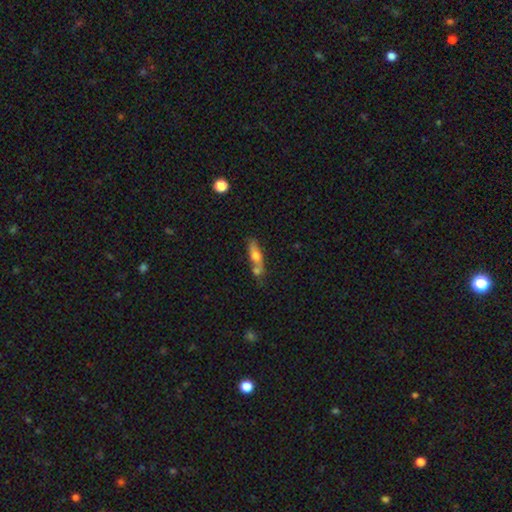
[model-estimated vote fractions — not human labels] smooth-or-featured: smooth: 57% | featured or disk: 35% | star or artifact: 8%
  how-rounded: cigar-shaped: 48% | in between: 47% | round: 5%
  merging: none: 44% | merger: 34% | minor disturbance: 16% | major disturbance: 6%